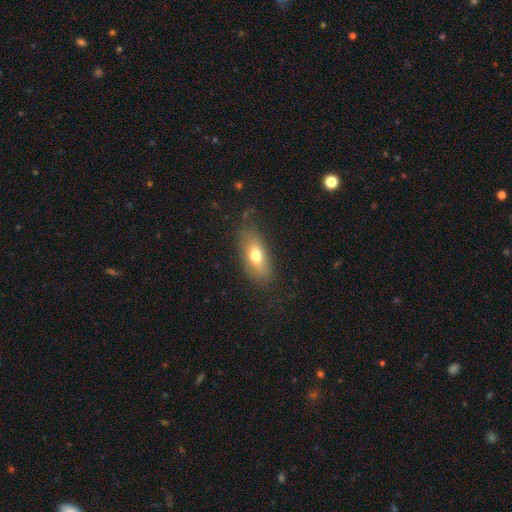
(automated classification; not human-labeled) Morphology: type=smooth (70%); roundness=in between (81%); merging=none (74%).